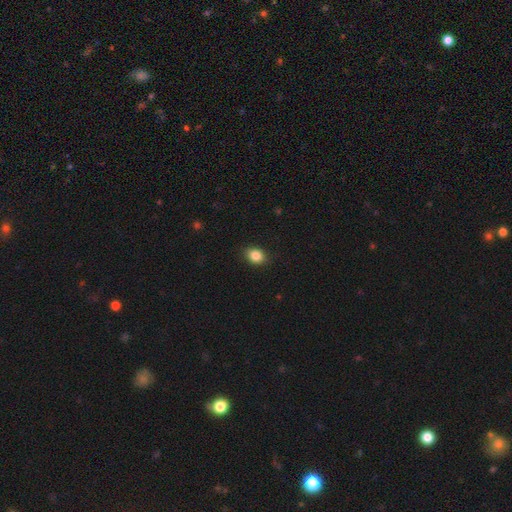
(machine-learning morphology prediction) A smooth galaxy with no disk features (86%) that is in between round and cigar-shaped (60%). Merging: none (88%).